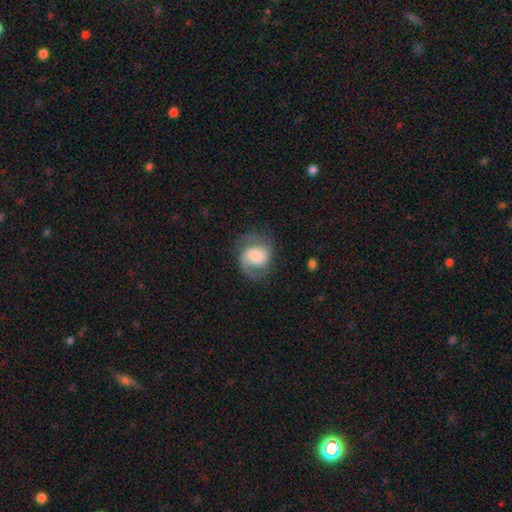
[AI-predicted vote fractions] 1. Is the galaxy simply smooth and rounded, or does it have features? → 76% featured or disk, 18% smooth, 7% star or artifact.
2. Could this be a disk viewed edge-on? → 98% no, 2% yes.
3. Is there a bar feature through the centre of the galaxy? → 61% no, 32% weak, 7% strong.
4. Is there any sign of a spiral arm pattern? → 95% yes, 5% no.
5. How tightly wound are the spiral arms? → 49% medium, 26% loose, 25% tight.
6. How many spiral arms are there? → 73% 2, 18% 1, 5% can't tell, 2% 3, 1% 4, 1% more than 4.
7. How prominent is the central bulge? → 33% moderate, 27% small, 25% large, 9% none, 6% dominant.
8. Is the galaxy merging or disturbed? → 67% none, 18% minor disturbance, 14% major disturbance, 1% merger.